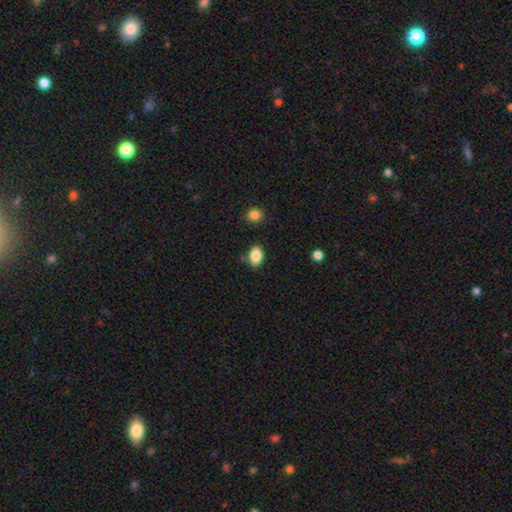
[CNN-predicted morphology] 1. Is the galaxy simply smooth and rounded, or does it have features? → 87% smooth, 8% star or artifact, 5% featured or disk.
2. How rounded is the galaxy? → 84% in between, 14% round, 1% cigar-shaped.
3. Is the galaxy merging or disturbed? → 79% none, 14% minor disturbance, 4% merger, 3% major disturbance.